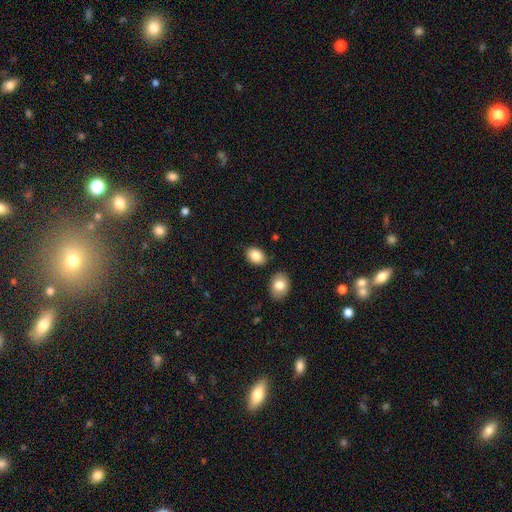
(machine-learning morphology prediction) This appears to be a smooth galaxy with no disk features (85%) that is in between round and cigar-shaped (79%). Merging: none (81%).